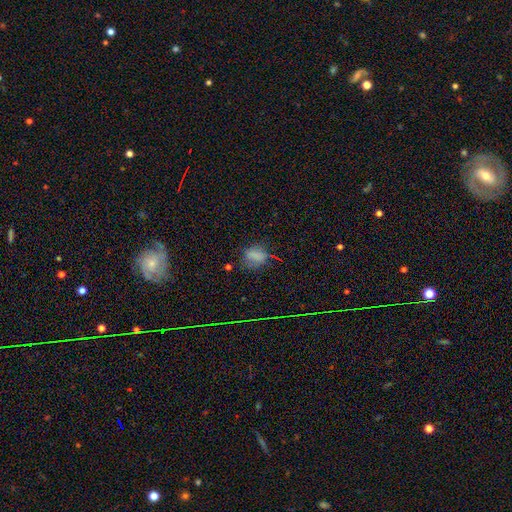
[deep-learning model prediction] Overall: smooth (71%). How rounded: in between (56%; round 41%). Merging: none (59%; minor disturbance 26%).